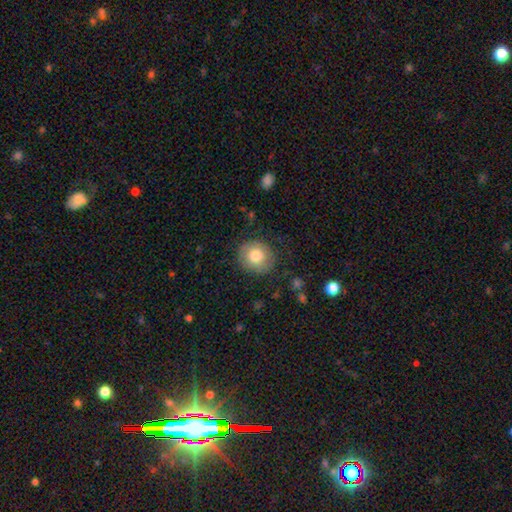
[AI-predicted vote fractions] Smooth or featured?
  - smooth: 78% *
  - featured or disk: 14%
  - star or artifact: 8%
How rounded?
  - round: 86% *
  - in between: 14%
  - cigar-shaped: 1%
Merging?
  - none: 82% *
  - minor disturbance: 12%
  - major disturbance: 4%
  - merger: 1%